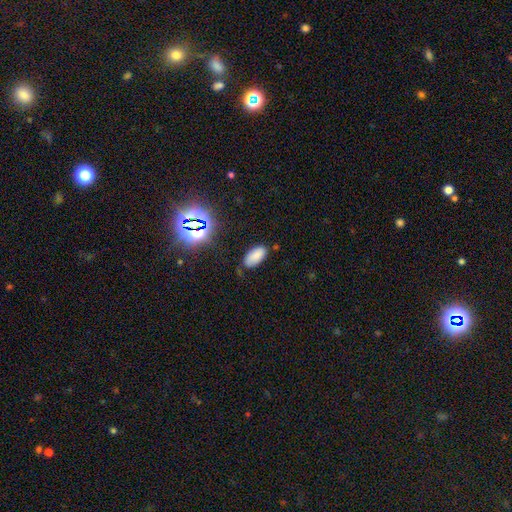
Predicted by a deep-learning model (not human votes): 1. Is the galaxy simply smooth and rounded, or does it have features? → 78% smooth, 14% star or artifact, 8% featured or disk.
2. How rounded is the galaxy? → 94% in between, 4% cigar-shaped, 3% round.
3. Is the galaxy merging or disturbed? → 73% none, 20% minor disturbance, 4% major disturbance, 2% merger.